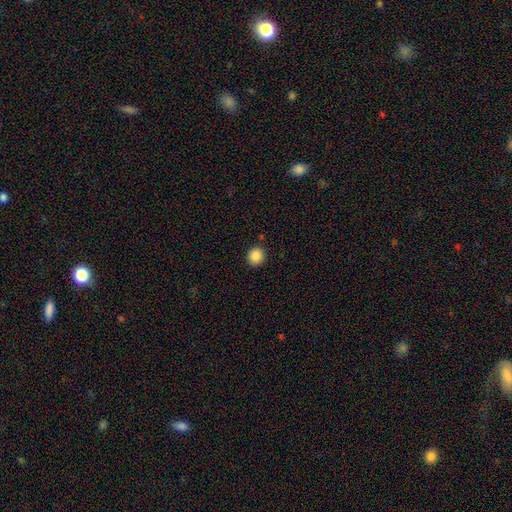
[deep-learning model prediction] Smooth or featured? Predicted: smooth (p=0.87). How rounded? Predicted: round (p=0.88). Merging? Predicted: none (p=0.91).